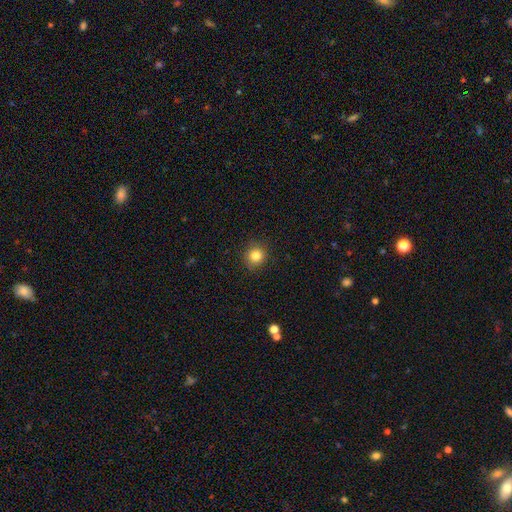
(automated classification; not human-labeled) smooth 83%, star or artifact 11%, featured or disk 5%. Down the decision tree: how rounded — round (90%); merging — none (89%).